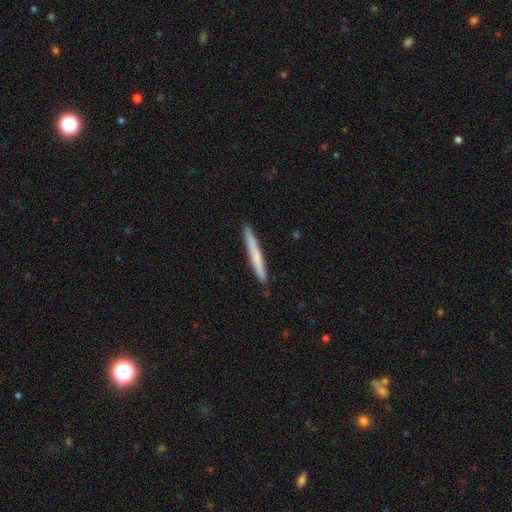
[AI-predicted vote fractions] smooth_or_featured: smooth (p=0.64) [alt: featured or disk p=0.30]
how_rounded: cigar-shaped (p=0.97) [alt: in between p=0.02]
merging: none (p=0.91) [alt: minor disturbance p=0.06]